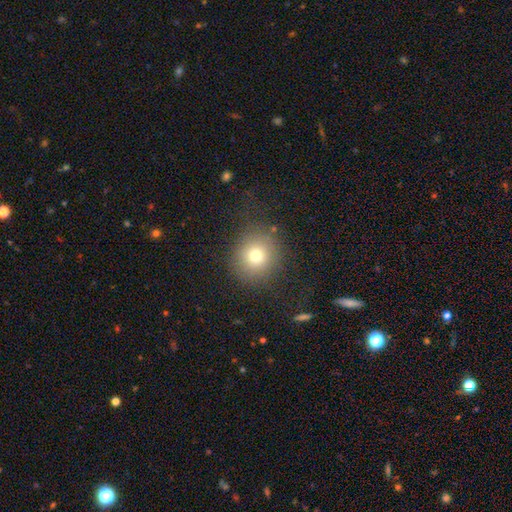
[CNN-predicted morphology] smooth 74%, star or artifact 14%, featured or disk 12%. Down the decision tree: how rounded — round (88%); merging — none (82%).